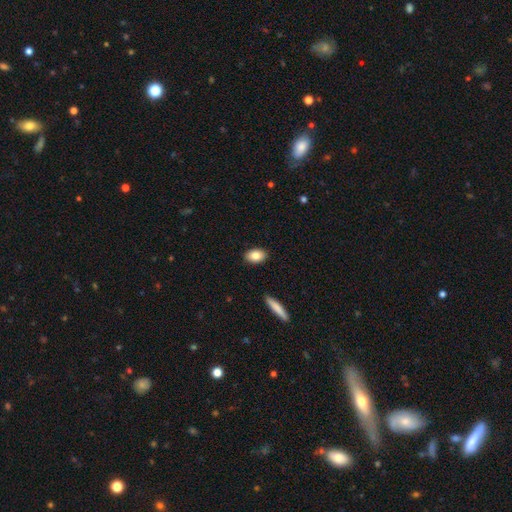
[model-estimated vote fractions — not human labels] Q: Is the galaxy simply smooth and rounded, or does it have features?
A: smooth — 83%.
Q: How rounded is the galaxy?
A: in between — 88%.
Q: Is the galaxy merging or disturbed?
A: none — 89%.